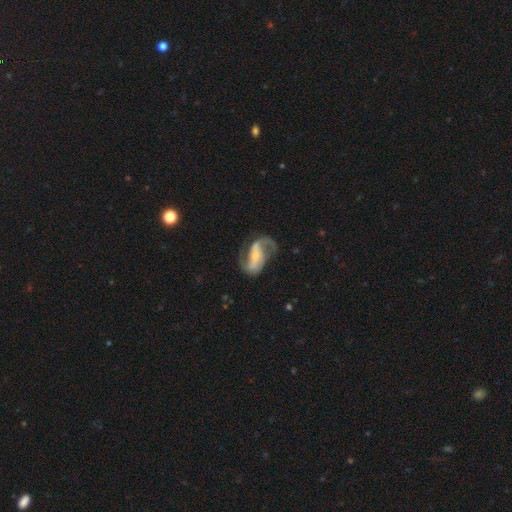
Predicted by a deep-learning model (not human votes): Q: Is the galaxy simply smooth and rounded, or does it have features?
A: featured or disk — 86%.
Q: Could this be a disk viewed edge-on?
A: no — 97%.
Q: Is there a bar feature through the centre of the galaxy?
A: strong — 42%.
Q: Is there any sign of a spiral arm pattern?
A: yes — 95%.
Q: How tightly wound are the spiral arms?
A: loose — 49%.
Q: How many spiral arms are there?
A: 2 — 88%.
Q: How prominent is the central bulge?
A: small — 58%.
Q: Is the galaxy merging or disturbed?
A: none — 65%.